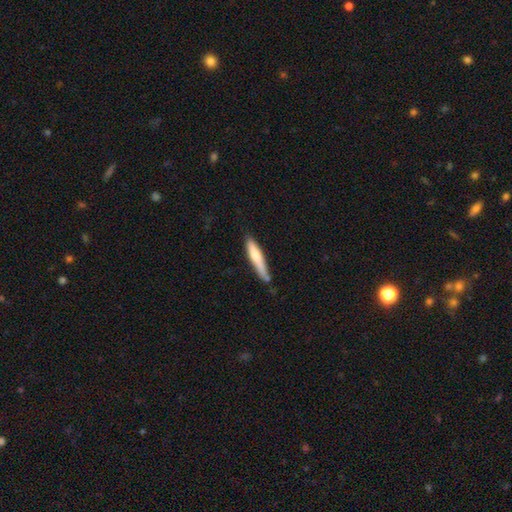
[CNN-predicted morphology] smooth 68%, featured or disk 27%, star or artifact 5%. Down the decision tree: how rounded — cigar-shaped (89%); merging — none (68%).